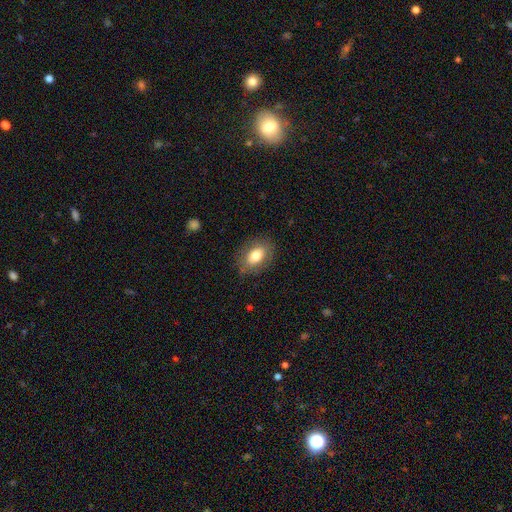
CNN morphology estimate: Overall: smooth (75%). How rounded: in between (82%). Merging: none (80%).